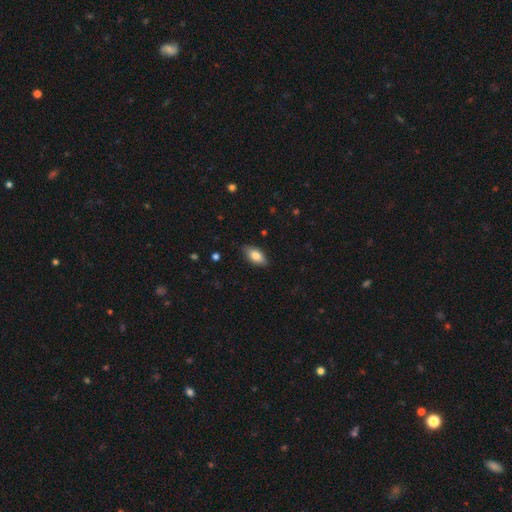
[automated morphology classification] A smooth galaxy with no disk features (79%) that is in between round and cigar-shaped (90%). Merging: none (85%).